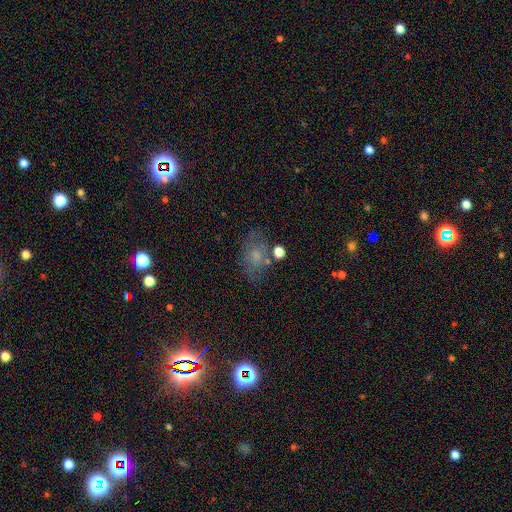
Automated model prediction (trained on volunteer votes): smooth 49%, featured or disk 29%, star or artifact 22%. Down the decision tree: merging — none (60%).